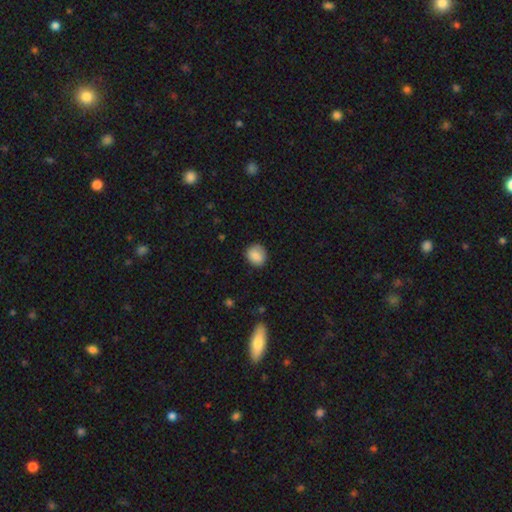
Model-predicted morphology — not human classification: This is clearly a smooth galaxy (86%). How rounded: likely round (77%). Merging: clearly none (82%).